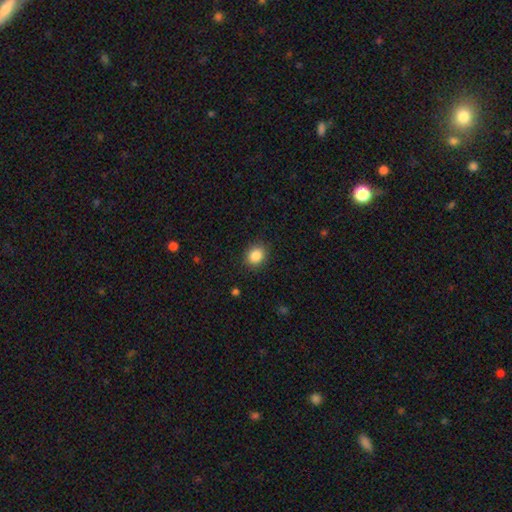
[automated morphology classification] This is clearly a smooth galaxy (86%). How rounded: likely round (63%). Merging: clearly none (87%).